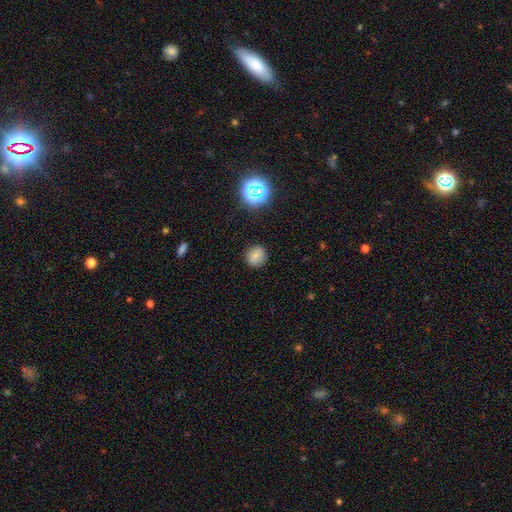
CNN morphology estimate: Smooth or featured?
  - smooth: 76% *
  - star or artifact: 15%
  - featured or disk: 8%
How rounded?
  - round: 85% *
  - in between: 14%
  - cigar-shaped: 1%
Merging?
  - none: 87% *
  - minor disturbance: 9%
  - major disturbance: 3%
  - merger: 1%